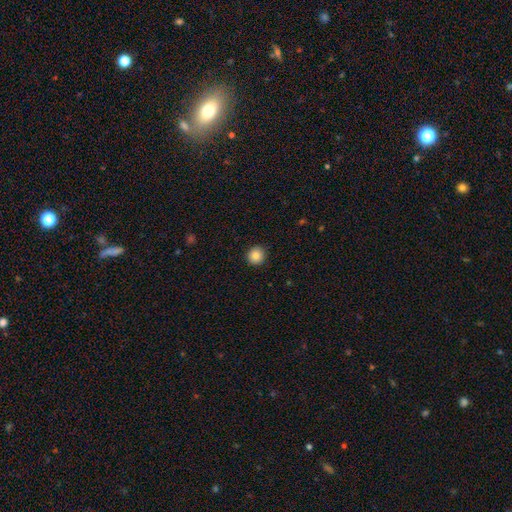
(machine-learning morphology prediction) The model was most divided on "smooth or featured": smooth: 85%, star or artifact: 10%, featured or disk: 5%. More confident: how rounded — round (94%); merging — none (92%).